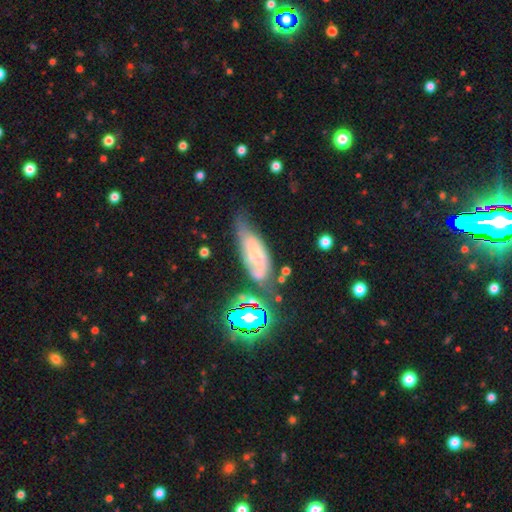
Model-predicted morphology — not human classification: This is marginally a featured or disk galaxy (44%). Merging: marginally none (37%).